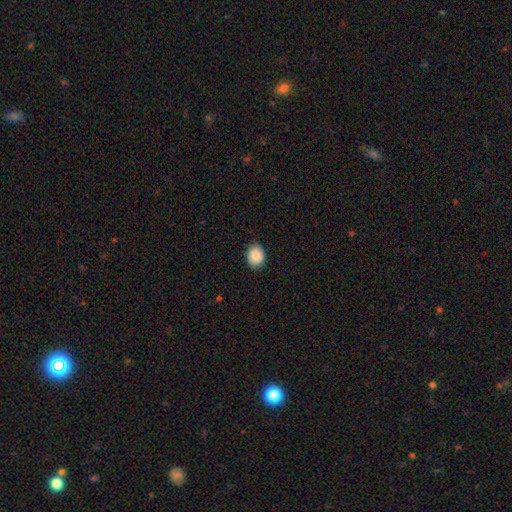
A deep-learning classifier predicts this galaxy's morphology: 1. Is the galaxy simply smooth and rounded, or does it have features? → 88% smooth, 7% star or artifact, 5% featured or disk.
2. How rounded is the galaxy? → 50% in between, 49% round, 1% cigar-shaped.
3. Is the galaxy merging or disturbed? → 85% none, 12% minor disturbance, 2% major disturbance, 1% merger.